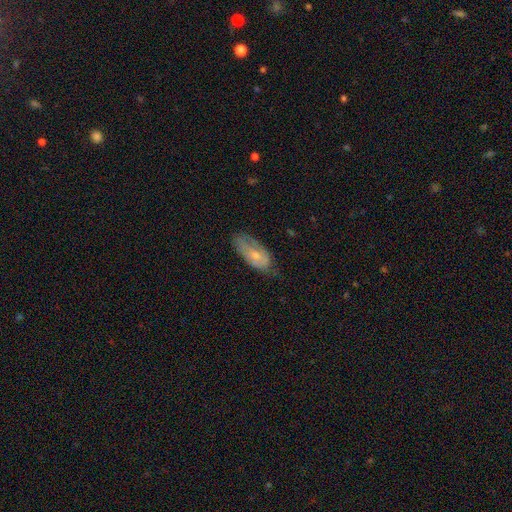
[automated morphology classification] A smooth galaxy with no disk features (56%) that is in between round and cigar-shaped (88%).

Vote fractions:
- Smooth or featured? smooth: 56% / featured or disk: 38% / star or artifact: 7%
- How rounded? in between: 88% / cigar-shaped: 9% / round: 3%
- Merging? none: 51% / minor disturbance: 35% / major disturbance: 13% / merger: 2%